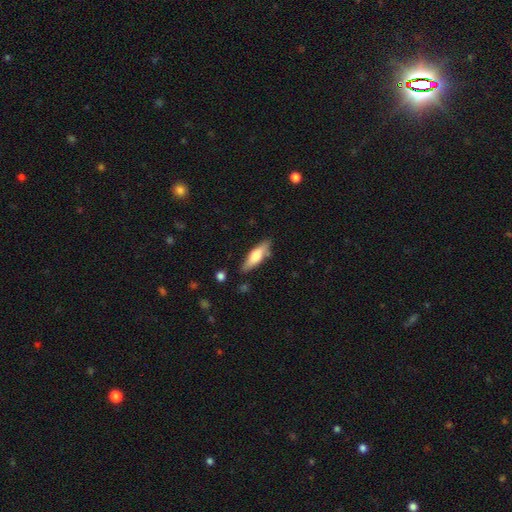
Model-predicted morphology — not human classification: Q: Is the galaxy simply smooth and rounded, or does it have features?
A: smooth — 63%.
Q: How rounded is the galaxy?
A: cigar-shaped — 51%.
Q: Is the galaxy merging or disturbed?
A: none — 78%.